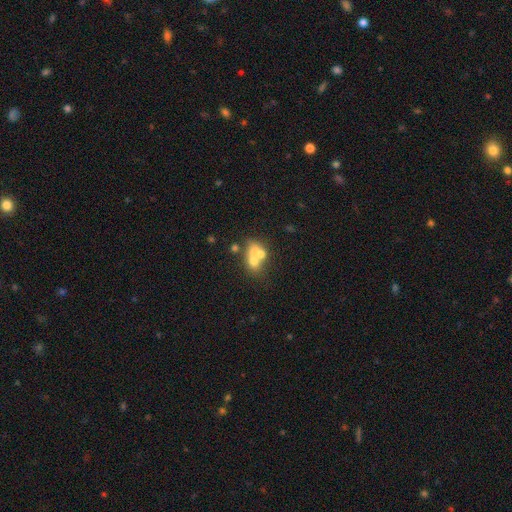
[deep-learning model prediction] Smooth or featured? Predicted: smooth (p=0.59). How rounded? Predicted: in between (p=0.59). Merging? Predicted: merger (p=0.58).